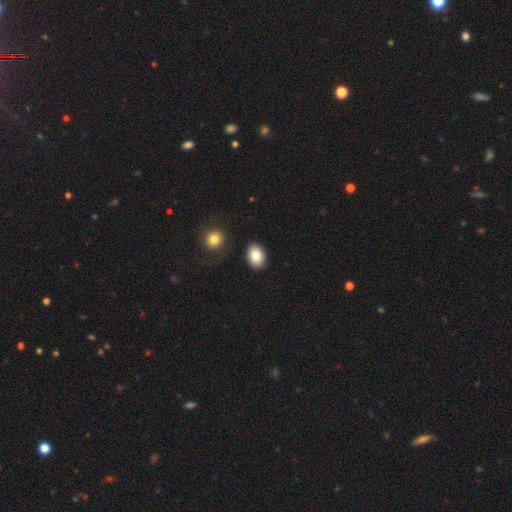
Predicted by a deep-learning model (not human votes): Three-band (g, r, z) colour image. It shows a smooth galaxy with no disk features (86%) that is in between round and cigar-shaped (80%). Merging: none (87%).